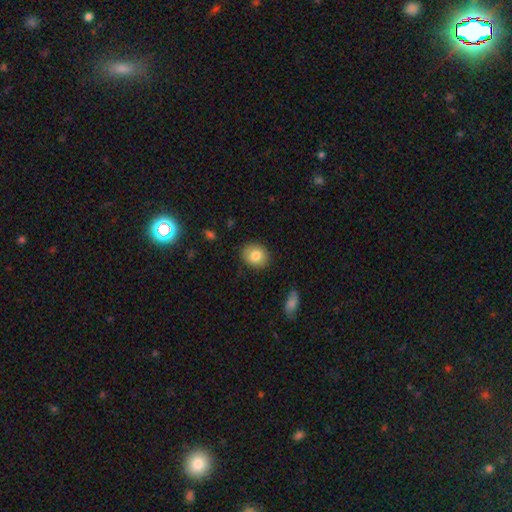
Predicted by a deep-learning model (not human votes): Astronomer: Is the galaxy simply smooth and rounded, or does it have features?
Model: smooth — 82%.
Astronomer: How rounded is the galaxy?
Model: round — 56% (runner-up: in between, 44%).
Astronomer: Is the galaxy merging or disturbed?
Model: none — 87%.